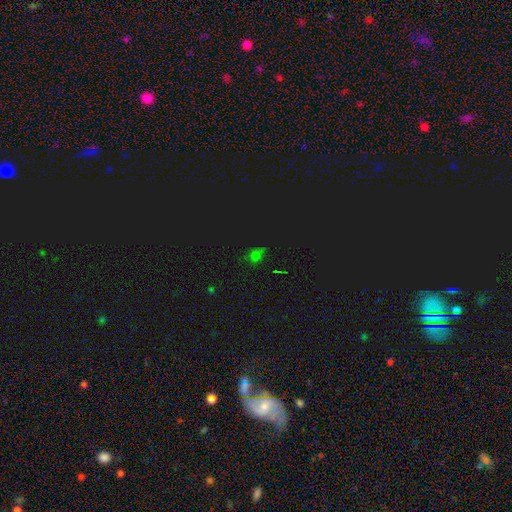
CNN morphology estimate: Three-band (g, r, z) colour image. It shows a star or artifact, not a galaxy (47%).